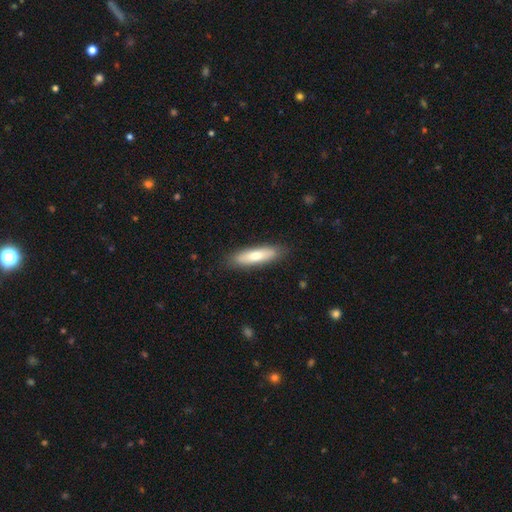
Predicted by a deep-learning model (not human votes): smooth 70%, featured or disk 24%, star or artifact 6%. Down the decision tree: how rounded — cigar-shaped (66%); merging — none (88%).